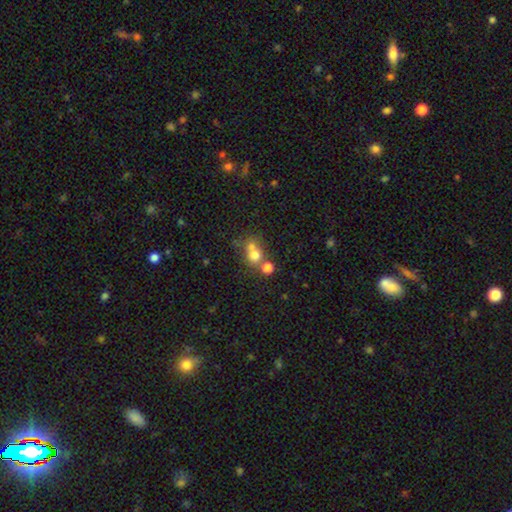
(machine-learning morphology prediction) A smooth galaxy with no disk features (69%) that is round (79%). Merging: merger (47%).